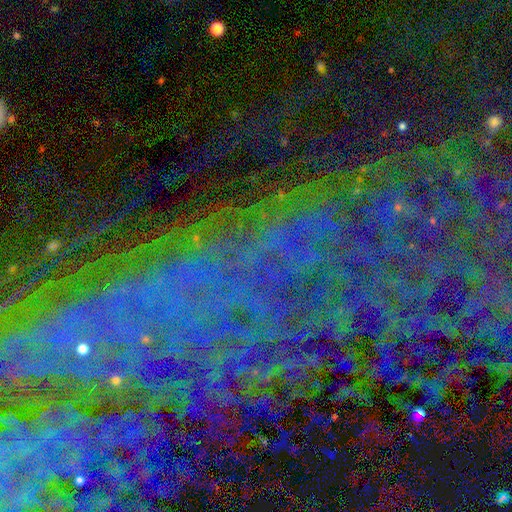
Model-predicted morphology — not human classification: smooth_or_featured: star or artifact (p=0.76) [alt: featured or disk p=0.14]